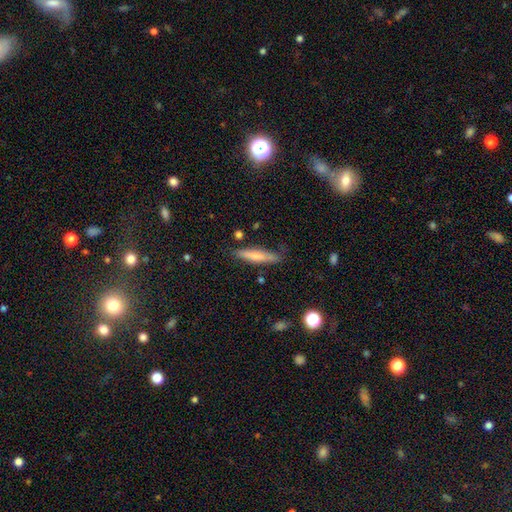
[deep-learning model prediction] Smooth or featured? smooth (63%)
How rounded? cigar-shaped (86%)
Merging? none (77%)